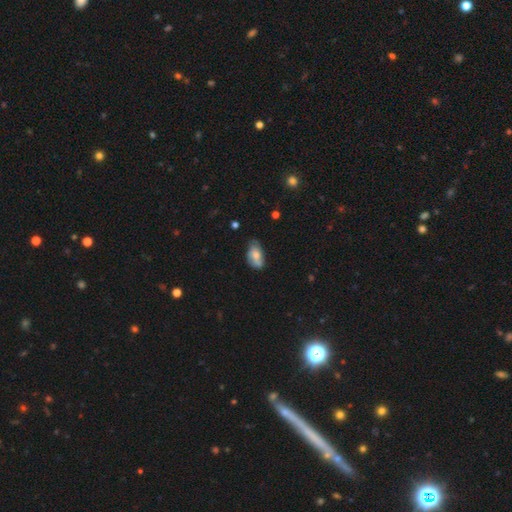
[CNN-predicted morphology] This appears to be a smooth galaxy with no disk features (60%) that is in between round and cigar-shaped (91%). Merging: none (53%).